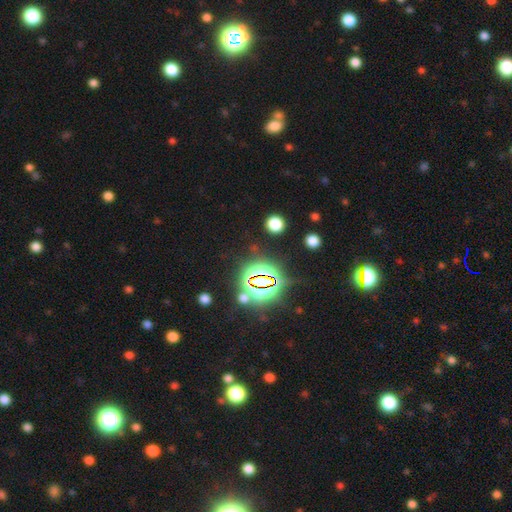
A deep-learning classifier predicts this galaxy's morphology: Smooth or featured? star or artifact (81%)